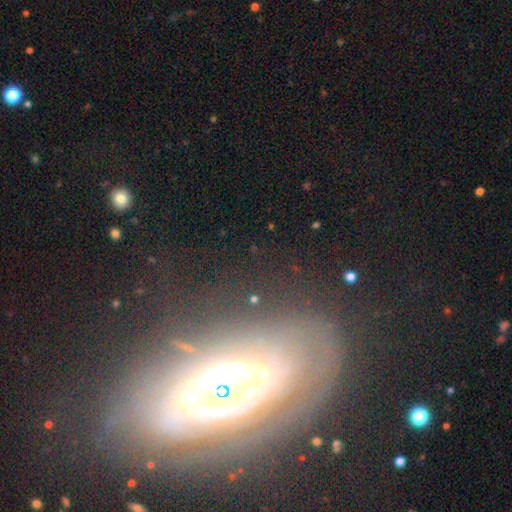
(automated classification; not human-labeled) Smooth or featured?
  - featured or disk: 73% *
  - smooth: 14%
  - star or artifact: 13%
Edge-on disk?
  - no: 86% *
  - yes: 14%
Bar?
  - no: 71% *
  - weak: 18%
  - strong: 12%
Spiral arms?
  - yes: 77% *
  - no: 23%
Bulge size?
  - small: 45% *
  - moderate: 32%
  - large: 13%
  - none: 5%
  - dominant: 4%
Merging?
  - none: 73% *
  - minor disturbance: 16%
  - major disturbance: 9%
  - merger: 3%